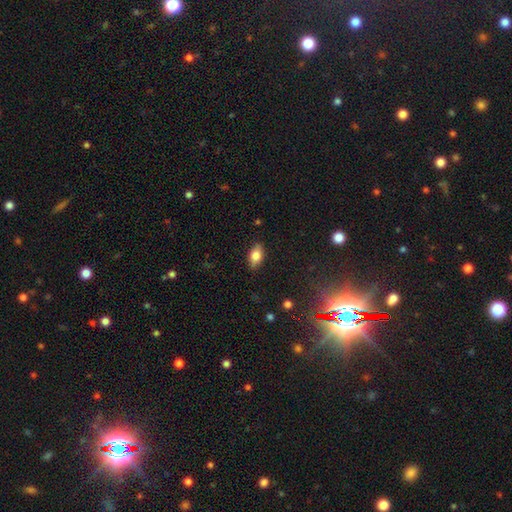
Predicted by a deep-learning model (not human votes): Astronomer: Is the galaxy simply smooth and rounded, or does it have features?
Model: smooth — 74%.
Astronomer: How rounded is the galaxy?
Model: in between — 87%.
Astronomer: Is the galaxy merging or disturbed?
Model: none — 86%.